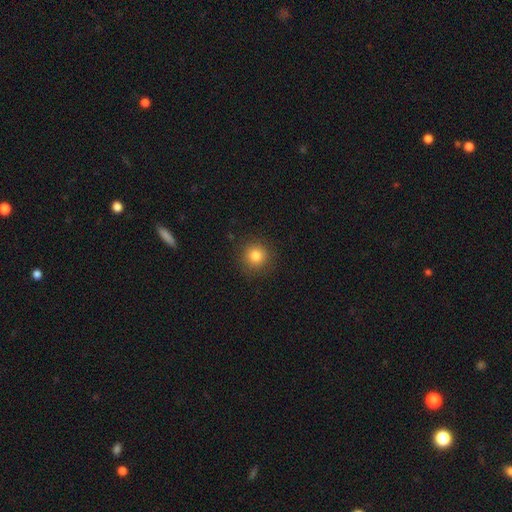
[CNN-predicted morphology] Smooth or featured? Predicted: smooth (p=0.82). How rounded? Predicted: round (p=0.94). Merging? Predicted: none (p=0.89).